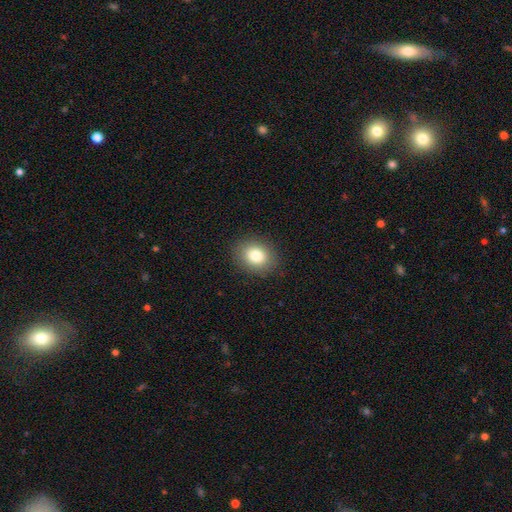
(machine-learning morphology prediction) smooth 82%, star or artifact 10%, featured or disk 9%. Down the decision tree: how rounded — round (50%); merging — none (88%).